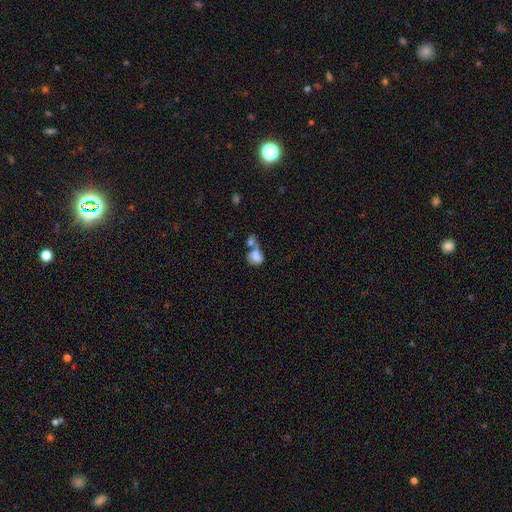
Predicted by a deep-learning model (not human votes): smooth-or-featured: smooth: 76% | featured or disk: 15% | star or artifact: 9%
  how-rounded: in between: 56% | round: 43% | cigar-shaped: 2%
  merging: merger: 64% | none: 17% | major disturbance: 9% | minor disturbance: 9%